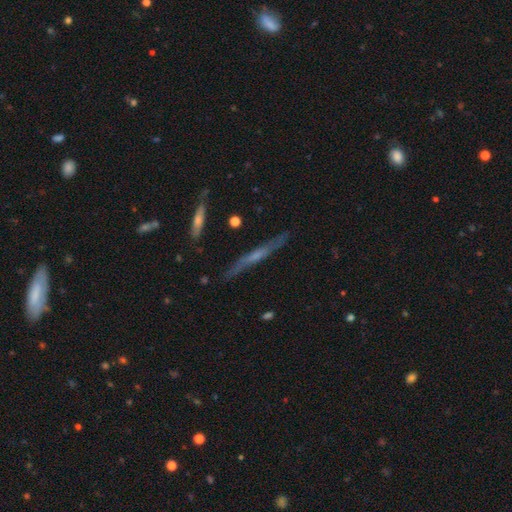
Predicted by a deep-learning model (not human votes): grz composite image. It shows a featured or disk galaxy (67%) viewed edge-on (91%) with no central bulge (46%). Merging: none (82%).